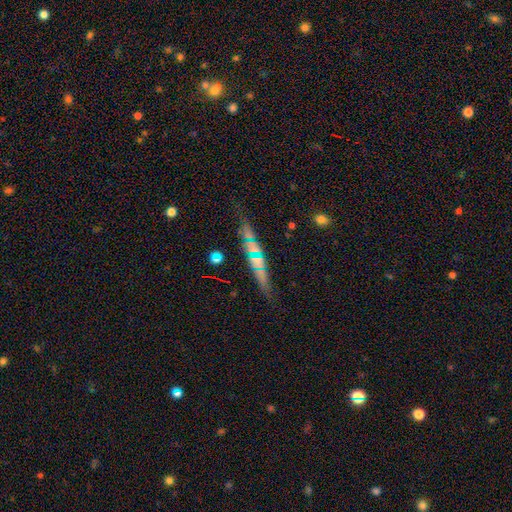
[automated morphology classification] Smooth or featured? Predicted: featured or disk (p=0.41). Merging? Predicted: none (p=0.77).